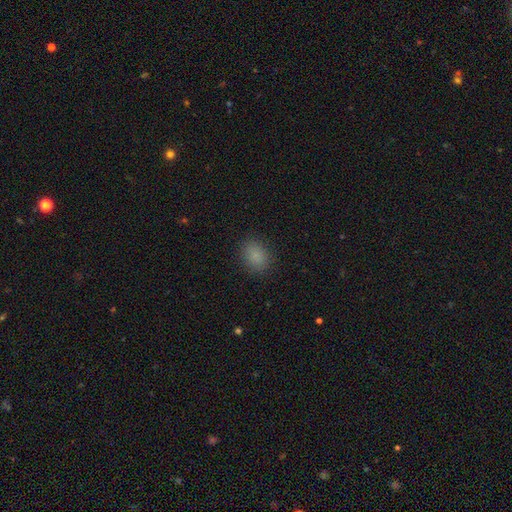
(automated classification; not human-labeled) The model was most divided on "how rounded": in between: 57%, round: 42%, cigar-shaped: 1%. More confident: merging — none (86%); smooth or featured — smooth (85%).